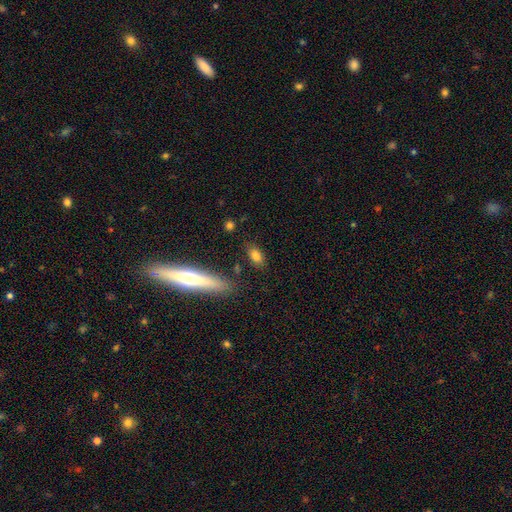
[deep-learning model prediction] Q: Smooth or featured?
A: smooth (79%); runner-up: featured or disk (11%)
Q: How rounded?
A: in between (80%); runner-up: round (11%)
Q: Merging?
A: none (79%); runner-up: minor disturbance (13%)